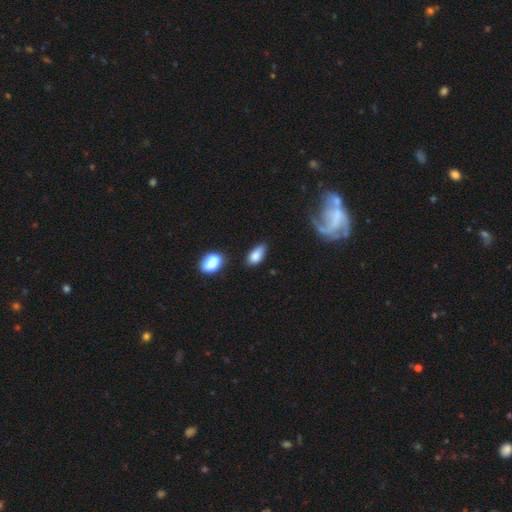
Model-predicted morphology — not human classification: The model was most divided on "merging": none: 57%, minor disturbance: 30%, merger: 7%, major disturbance: 6%. More confident: how rounded — in between (89%); smooth or featured — smooth (84%).